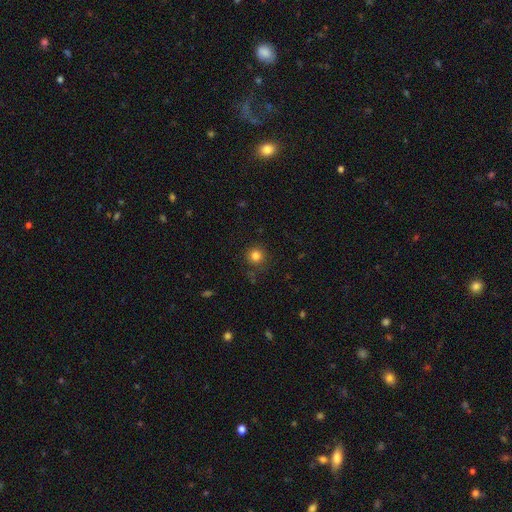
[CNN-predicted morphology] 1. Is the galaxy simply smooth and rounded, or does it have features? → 82% smooth, 13% star or artifact, 5% featured or disk.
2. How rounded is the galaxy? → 94% round, 5% in between, 1% cigar-shaped.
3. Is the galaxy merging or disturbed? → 86% none, 9% minor disturbance, 3% major disturbance, 2% merger.